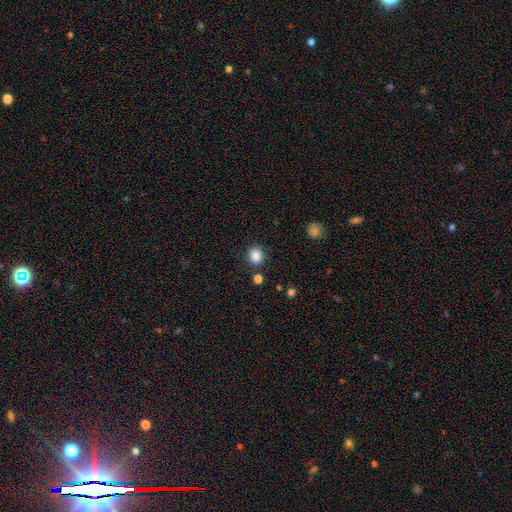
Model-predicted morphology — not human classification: A smooth galaxy with no disk features (85%) that is round (74%). Merging: none (84%).